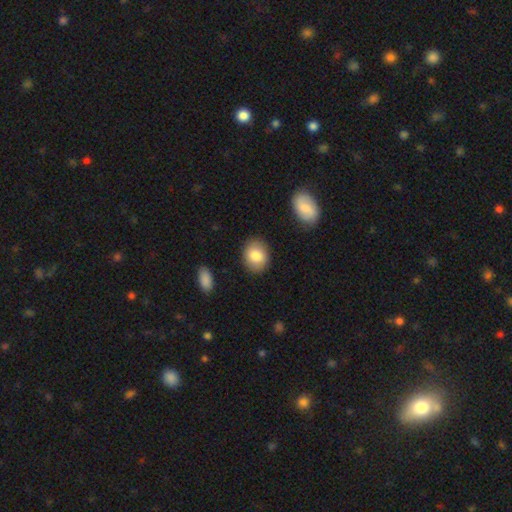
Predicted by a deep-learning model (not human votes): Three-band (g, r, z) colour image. It shows a smooth galaxy with no disk features (82%) that is in between round and cigar-shaped (55%). Merging: none (85%).